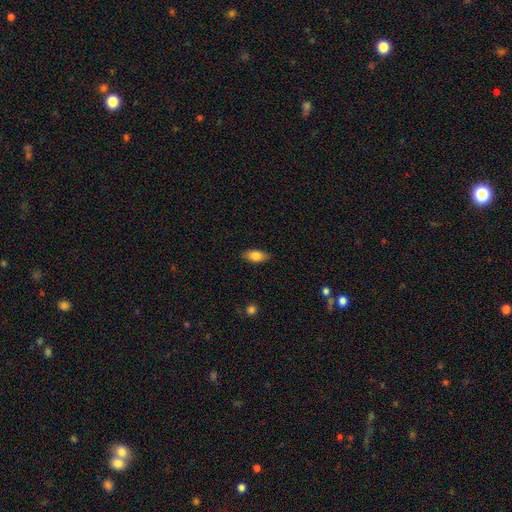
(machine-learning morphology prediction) Smooth or featured: smooth — 81% (featured or disk — 12%)
How rounded: in between — 87% (cigar-shaped — 9%)
Merging: none — 86% (minor disturbance — 11%)